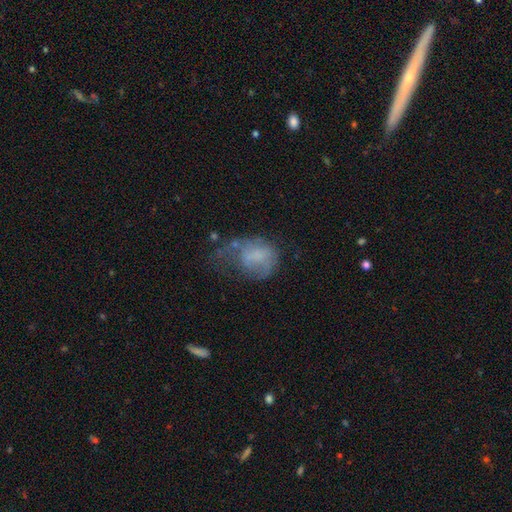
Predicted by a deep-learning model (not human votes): Smooth or featured? Predicted: smooth (p=0.52). How rounded? Predicted: in between (p=0.58). Merging? Predicted: major disturbance (p=0.46).